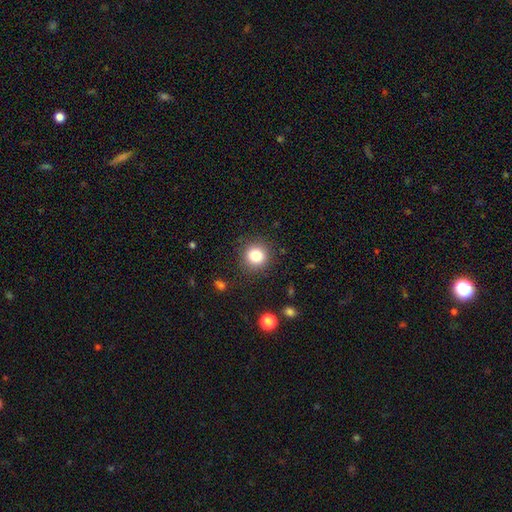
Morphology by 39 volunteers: Volunteers were most divided on "merging": none: 86%, minor disturbance: 6%, major disturbance: 6%, merger: 3%. More confident: how rounded — round (94%); smooth or featured — smooth (90%).